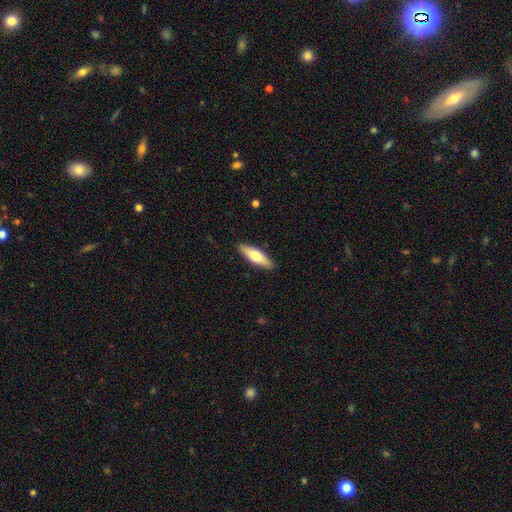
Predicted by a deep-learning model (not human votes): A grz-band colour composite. It shows a smooth galaxy with no disk features (62%) that is cigar-shaped (56%). Merging: none (89%).